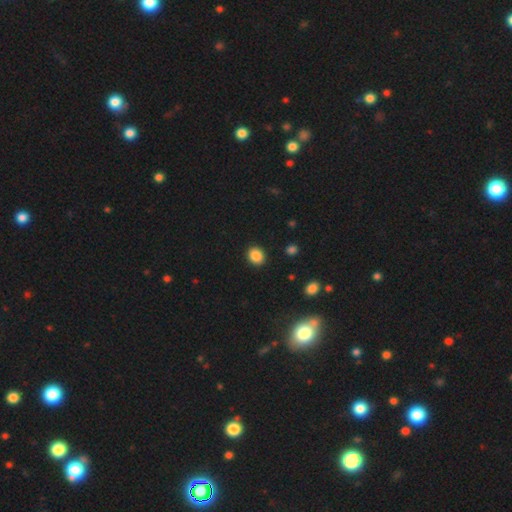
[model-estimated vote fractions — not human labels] Q: Smooth or featured?
A: smooth (87%); runner-up: star or artifact (10%)
Q: How rounded?
A: round (60%); runner-up: in between (39%)
Q: Merging?
A: none (90%); runner-up: minor disturbance (7%)